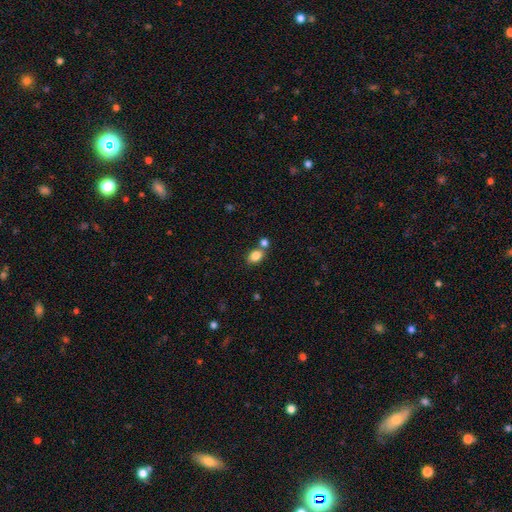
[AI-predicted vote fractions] smooth 84%, star or artifact 9%, featured or disk 7%. Down the decision tree: how rounded — in between (76%); merging — none (62%).